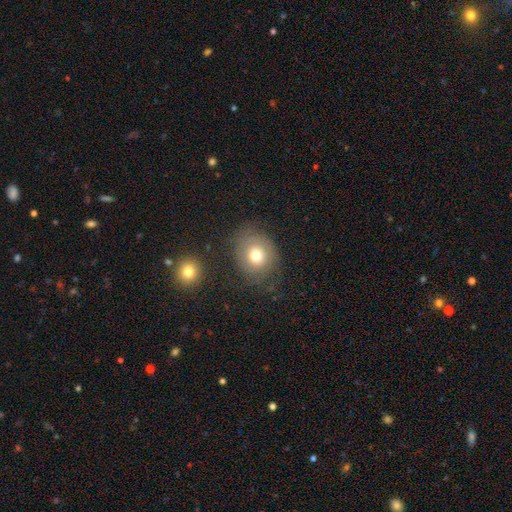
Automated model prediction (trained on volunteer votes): This is likely a smooth galaxy (64%). How rounded: likely round (70%). Merging: likely none (72%).